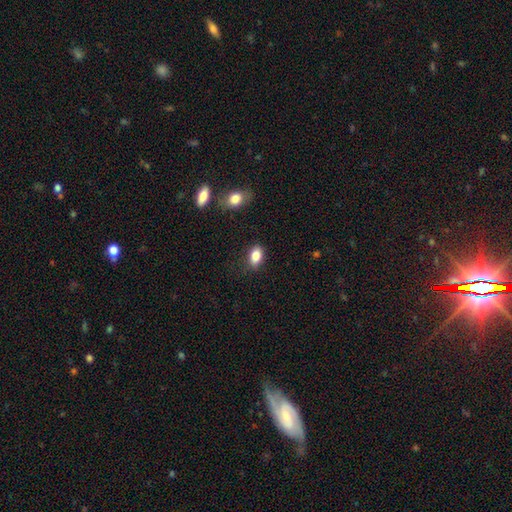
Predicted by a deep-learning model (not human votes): smooth_or_featured: smooth (p=0.85) [alt: star or artifact p=0.09]
how_rounded: in between (p=0.87) [alt: round p=0.11]
merging: none (p=0.83) [alt: minor disturbance p=0.12]